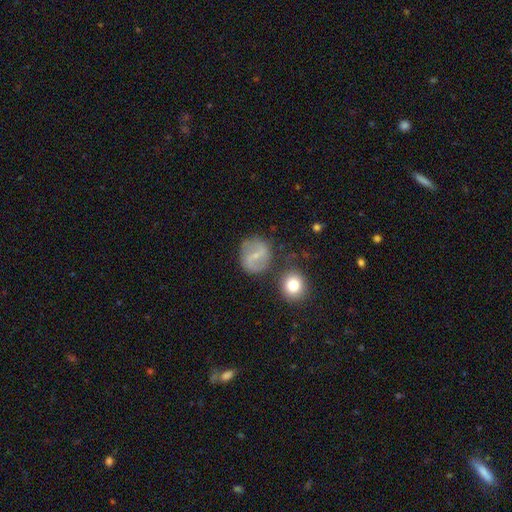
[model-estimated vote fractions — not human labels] Smooth or featured: featured or disk — 61% (smooth — 31%)
Edge-on disk: no — 97% (yes — 3%)
Bar: weak — 47% (strong — 33%)
Spiral arms: yes — 75% (no — 25%)
Bulge size: small — 70% (moderate — 21%)
Merging: none — 76% (minor disturbance — 14%)